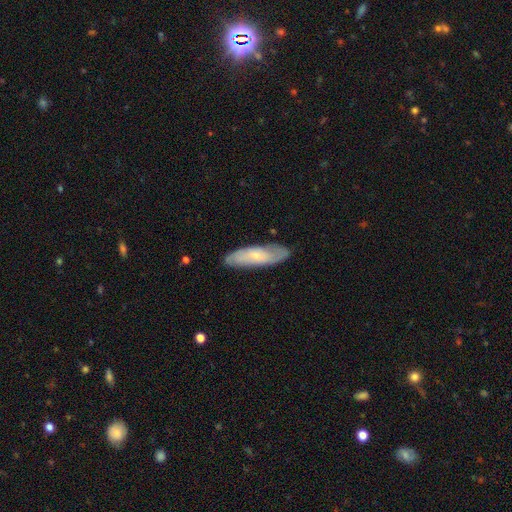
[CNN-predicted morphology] Smooth or featured? Predicted: smooth (p=0.47, tied with featured or disk). Merging? Predicted: none (p=0.81).